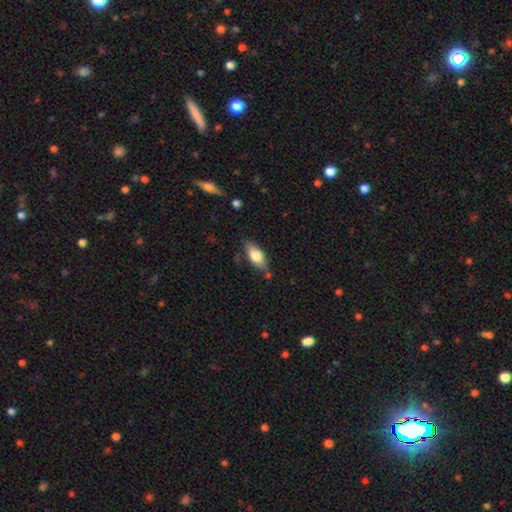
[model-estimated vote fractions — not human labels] This is likely a smooth galaxy (71%). How rounded: clearly in between (81%). Merging: likely none (71%).